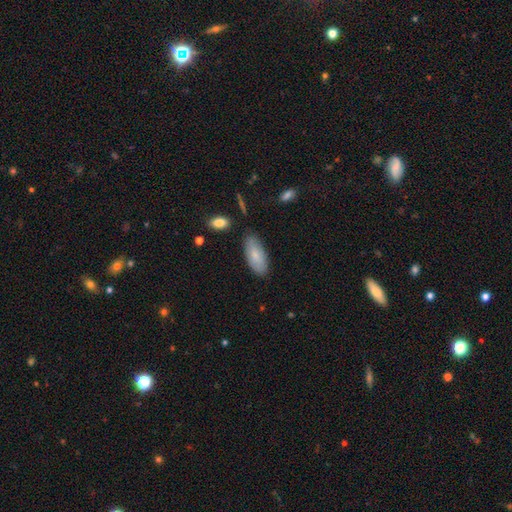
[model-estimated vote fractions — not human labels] Overall: smooth (77%). How rounded: in between (87%). Merging: none (78%).